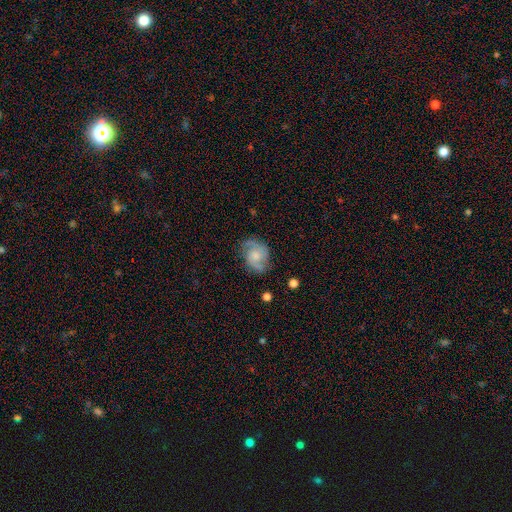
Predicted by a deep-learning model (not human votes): Smooth or featured? featured or disk (70%)
Edge-on disk? no (98%)
Bar? no (65%)
Spiral arms? yes (92%)
Spiral winding? medium (50%)
Spiral arm count? 2 (84%)
Bulge size? moderate (40%)
Merging? none (68%)